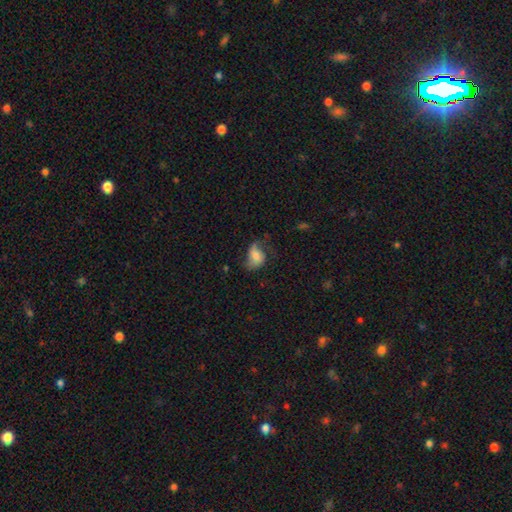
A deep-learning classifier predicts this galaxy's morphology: Smooth or featured? Predicted: featured or disk (p=0.47). Merging? Predicted: none (p=0.49).